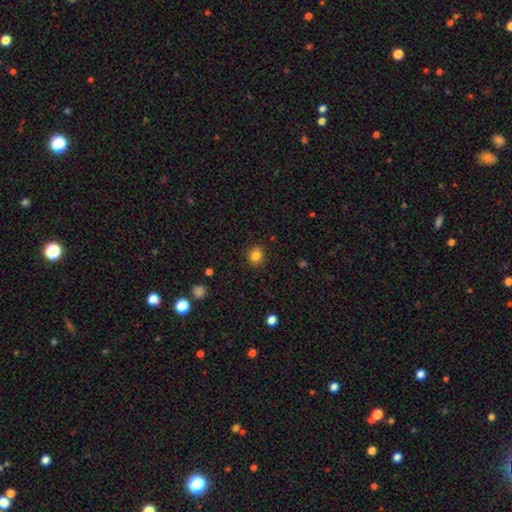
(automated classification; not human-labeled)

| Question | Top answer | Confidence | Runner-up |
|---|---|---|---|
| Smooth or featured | smooth | 84% | star or artifact (11%) |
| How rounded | round | 63% | in between (36%) |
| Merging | none | 88% | minor disturbance (8%) |